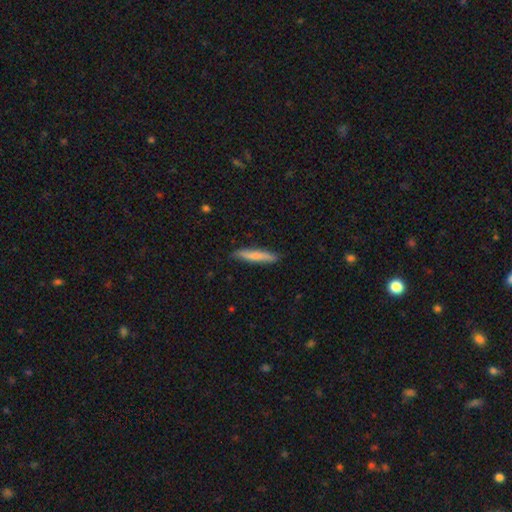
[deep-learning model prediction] Q: Smooth or featured?
A: smooth (75%); runner-up: featured or disk (20%)
Q: How rounded?
A: cigar-shaped (90%); runner-up: in between (8%)
Q: Merging?
A: none (85%); runner-up: minor disturbance (12%)